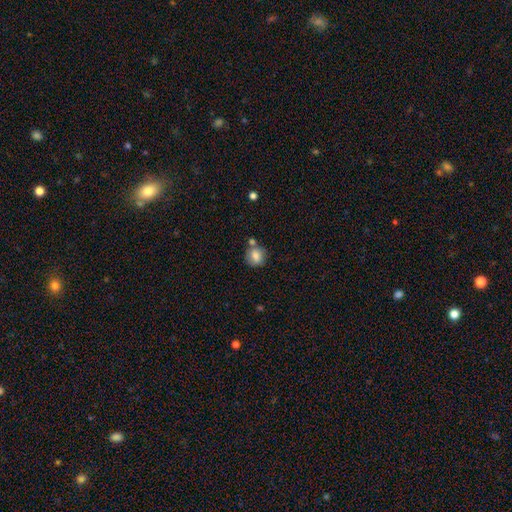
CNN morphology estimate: This appears to be a smooth galaxy with no disk features (82%) that is round (83%). Merging: none (67%).